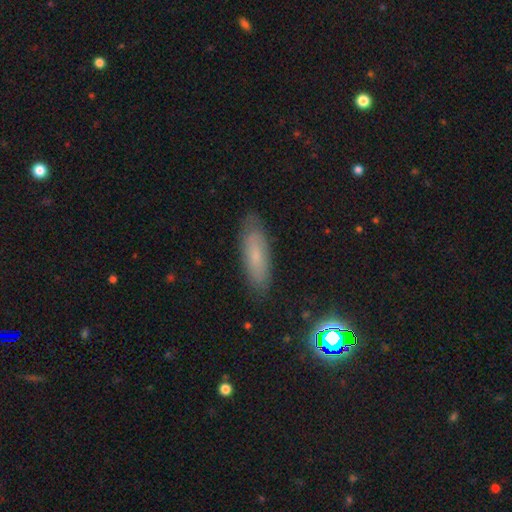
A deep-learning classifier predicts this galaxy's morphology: type=smooth (62%); roundness=cigar-shaped (51%); merging=none (83%).